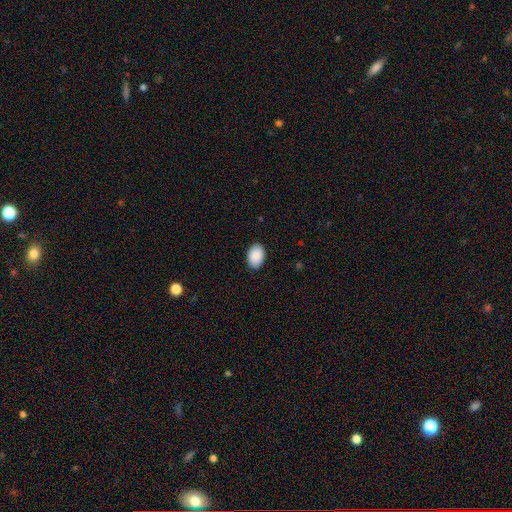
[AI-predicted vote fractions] This appears to be a smooth galaxy with no disk features (91%) that is in between round and cigar-shaped (86%). Merging: none (89%).